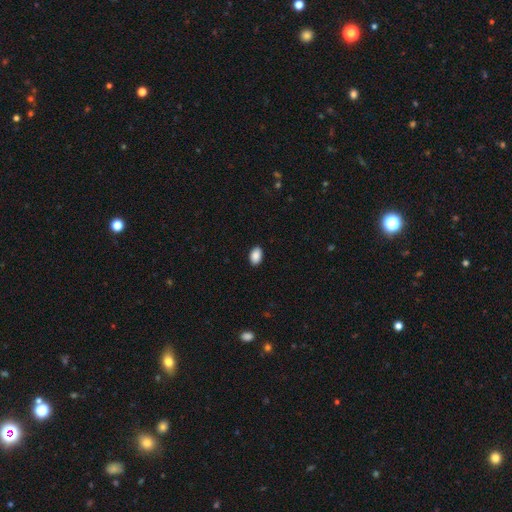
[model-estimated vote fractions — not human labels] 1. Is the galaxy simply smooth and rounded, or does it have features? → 90% smooth, 7% star or artifact, 3% featured or disk.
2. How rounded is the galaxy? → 90% in between, 9% round, 1% cigar-shaped.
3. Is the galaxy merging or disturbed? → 89% none, 8% minor disturbance, 2% major disturbance, 1% merger.